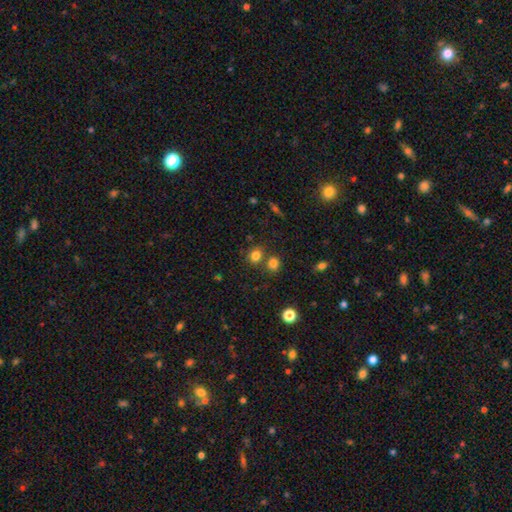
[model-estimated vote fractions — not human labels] A smooth galaxy with no disk features (79%) that is round (68%).

Vote fractions:
- Smooth or featured? smooth: 79% / star or artifact: 14% / featured or disk: 6%
- How rounded? round: 68% / in between: 31% / cigar-shaped: 1%
- Merging? none: 66% / merger: 21% / minor disturbance: 10% / major disturbance: 4%